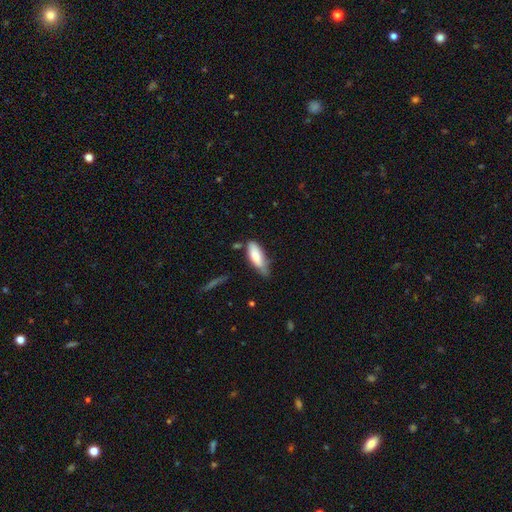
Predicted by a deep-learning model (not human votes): The model was most divided on "merging": none: 43%, minor disturbance: 41%, major disturbance: 10%, merger: 6%. More confident: smooth or featured — smooth (78%); how rounded — in between (67%).